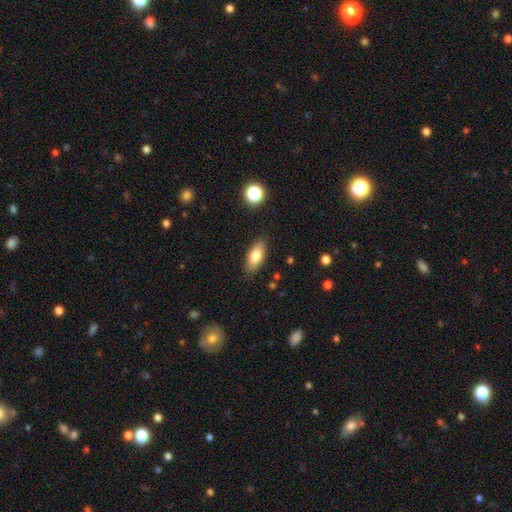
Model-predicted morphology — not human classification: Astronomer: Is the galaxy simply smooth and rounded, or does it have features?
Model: smooth — 77%.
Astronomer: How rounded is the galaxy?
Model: in between — 81%.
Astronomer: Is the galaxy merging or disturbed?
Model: none — 85%.